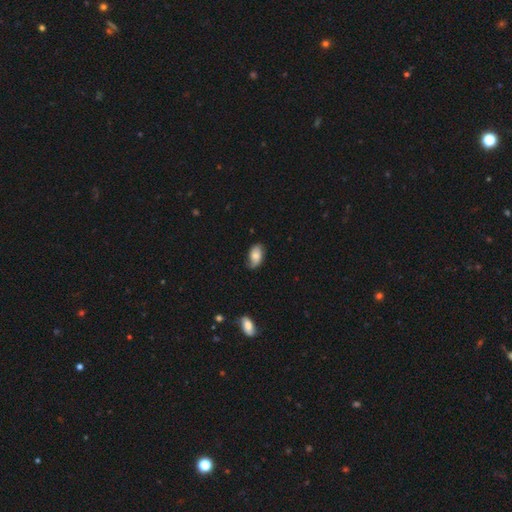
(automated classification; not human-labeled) smooth_or_featured: smooth (p=0.65) [alt: featured or disk p=0.27]
how_rounded: in between (p=0.92) [alt: round p=0.05]
merging: none (p=0.66) [alt: minor disturbance p=0.27]